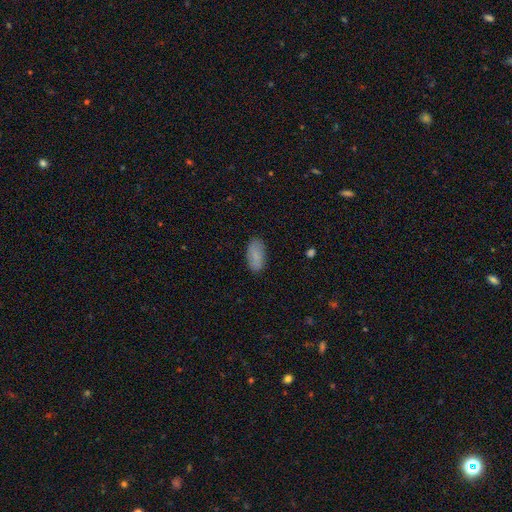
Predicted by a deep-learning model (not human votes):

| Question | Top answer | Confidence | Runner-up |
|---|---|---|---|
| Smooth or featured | smooth | 83% | featured or disk (10%) |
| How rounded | in between | 93% | cigar-shaped (4%) |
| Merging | none | 85% | minor disturbance (11%) |